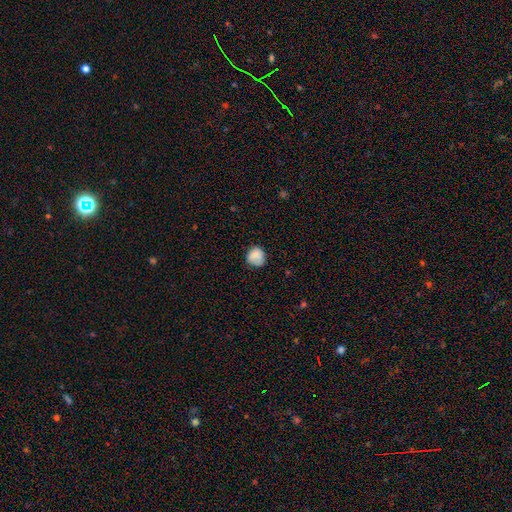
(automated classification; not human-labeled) Overall: smooth (81%). How rounded: round (82%). Merging: none (69%).